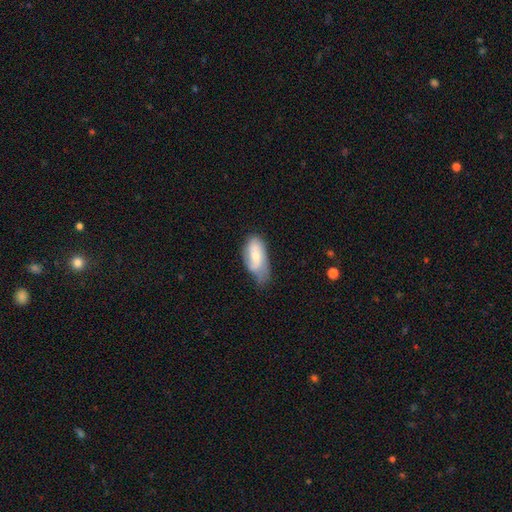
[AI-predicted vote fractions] Morphology: type=smooth (56%); roundness=in between (89%); merging=none (43%).